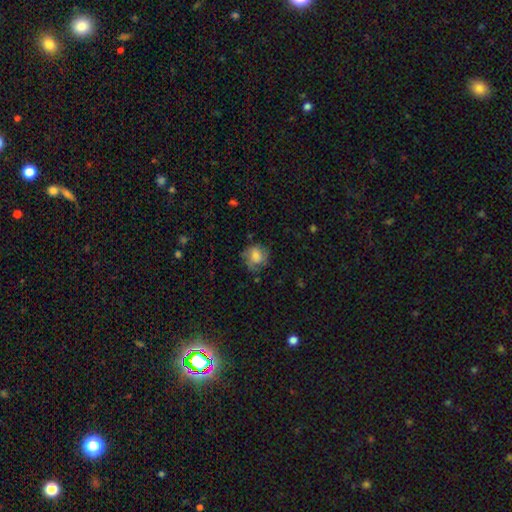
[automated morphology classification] A smooth galaxy with no disk features (63%) that is round (71%). Merging: none (58%).